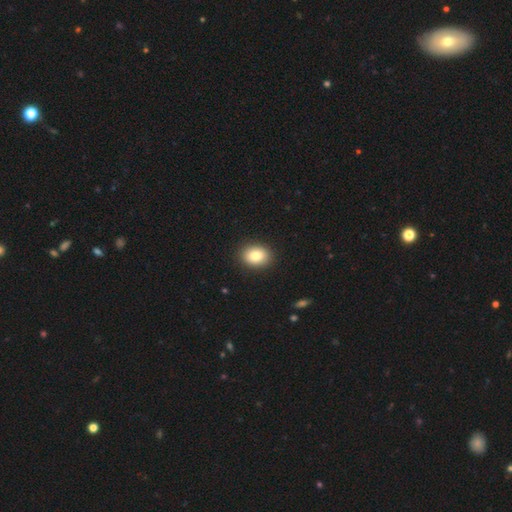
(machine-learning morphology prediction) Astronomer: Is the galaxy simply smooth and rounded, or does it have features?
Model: smooth — 84%.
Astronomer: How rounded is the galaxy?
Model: in between — 62%.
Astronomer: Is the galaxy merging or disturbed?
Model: none — 91%.